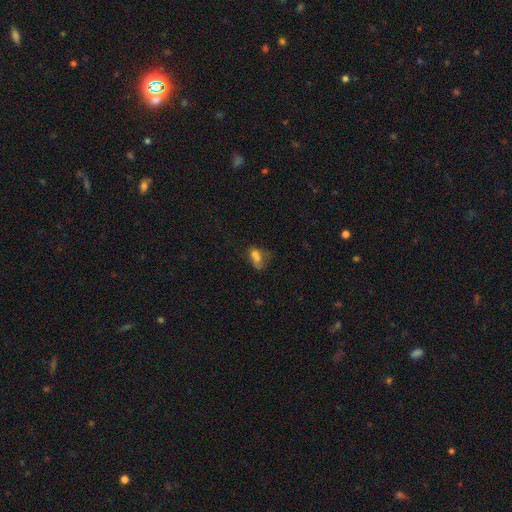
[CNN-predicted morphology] Smooth or featured? smooth (63%)
How rounded? in between (76%)
Merging? merger (29%)